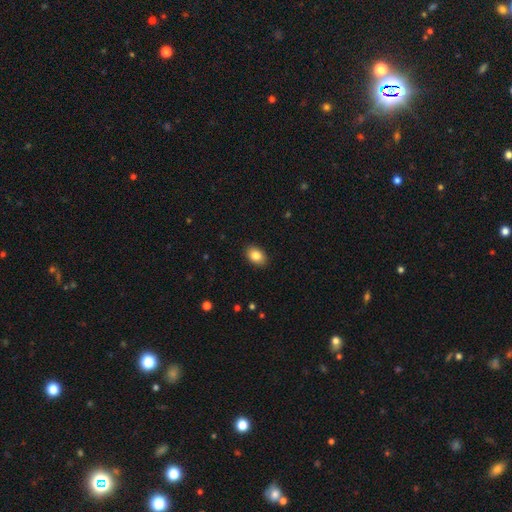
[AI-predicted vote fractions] Q: Smooth or featured?
A: smooth (85%); runner-up: star or artifact (8%)
Q: How rounded?
A: in between (81%); runner-up: round (17%)
Q: Merging?
A: none (90%); runner-up: minor disturbance (8%)